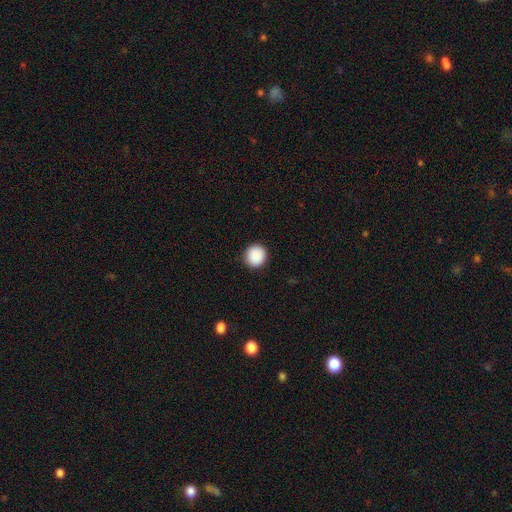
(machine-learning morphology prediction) Smooth or featured: smooth — 90% (star or artifact — 8%)
How rounded: round — 92% (in between — 7%)
Merging: none — 92% (minor disturbance — 5%)